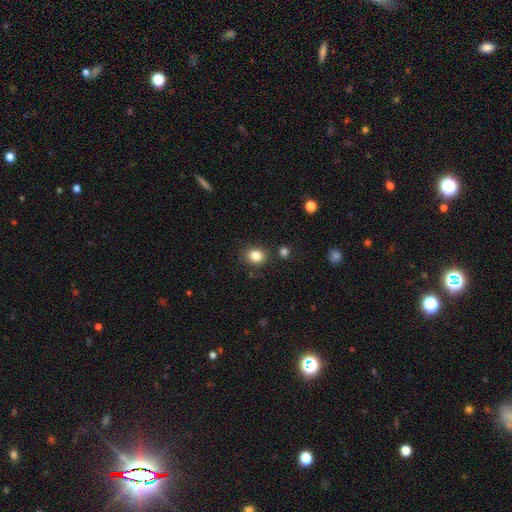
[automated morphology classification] smooth_or_featured: smooth (p=0.84) [alt: star or artifact p=0.11]
how_rounded: round (p=0.60) [alt: in between p=0.39]
merging: none (p=0.83) [alt: minor disturbance p=0.10]